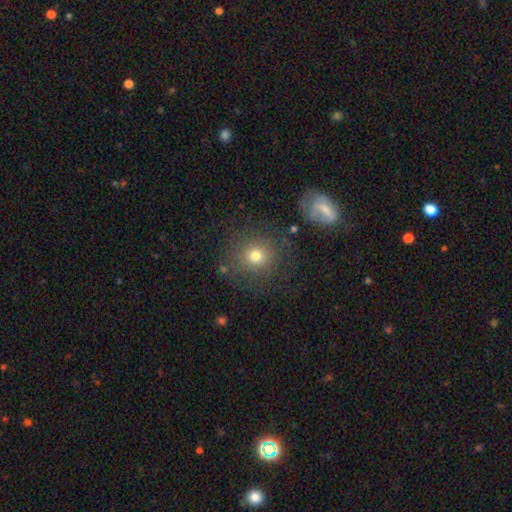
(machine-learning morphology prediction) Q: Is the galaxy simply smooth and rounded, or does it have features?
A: smooth — 66%.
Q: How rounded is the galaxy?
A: round — 90%.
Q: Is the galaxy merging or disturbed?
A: none — 77%.